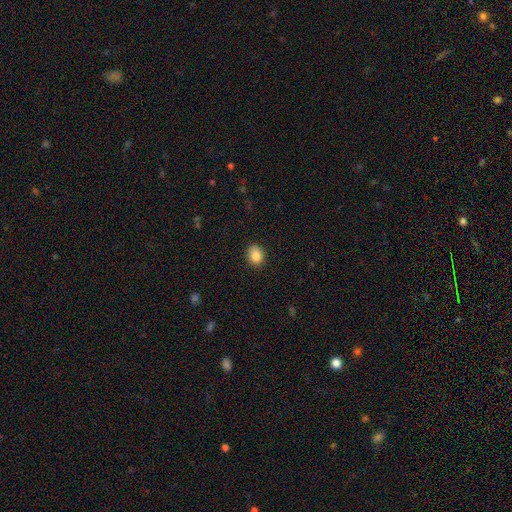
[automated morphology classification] Smooth or featured? Predicted: smooth (p=0.86). How rounded? Predicted: in between (p=0.50). Merging? Predicted: none (p=0.85).